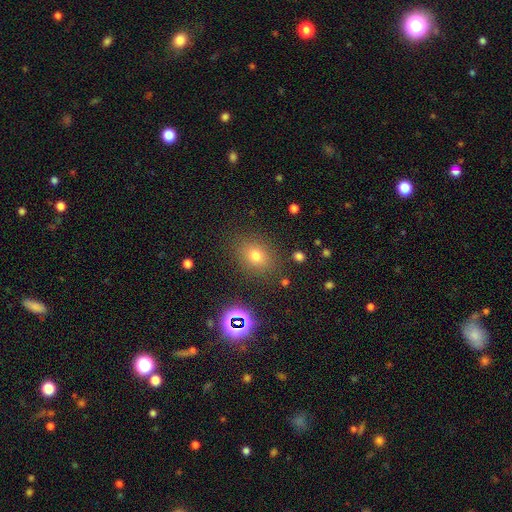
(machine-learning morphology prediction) Q: Smooth or featured?
A: smooth (69%); runner-up: star or artifact (20%)
Q: How rounded?
A: round (51%); runner-up: in between (48%)
Q: Merging?
A: none (84%); runner-up: minor disturbance (10%)